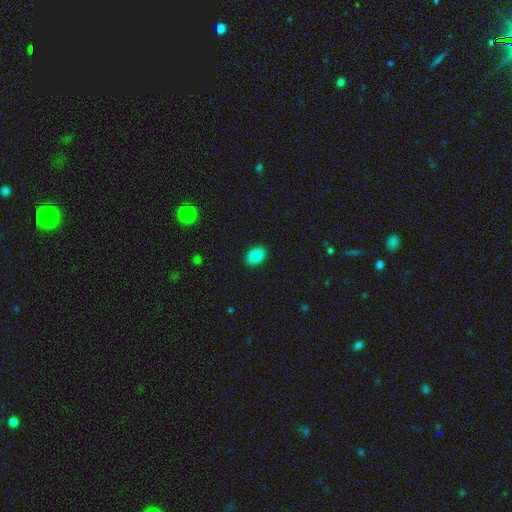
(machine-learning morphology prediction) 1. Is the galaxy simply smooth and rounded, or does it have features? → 85% smooth, 9% star or artifact, 6% featured or disk.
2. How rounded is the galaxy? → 77% in between, 22% round, 1% cigar-shaped.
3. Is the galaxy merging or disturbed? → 89% none, 8% minor disturbance, 2% major disturbance, 1% merger.